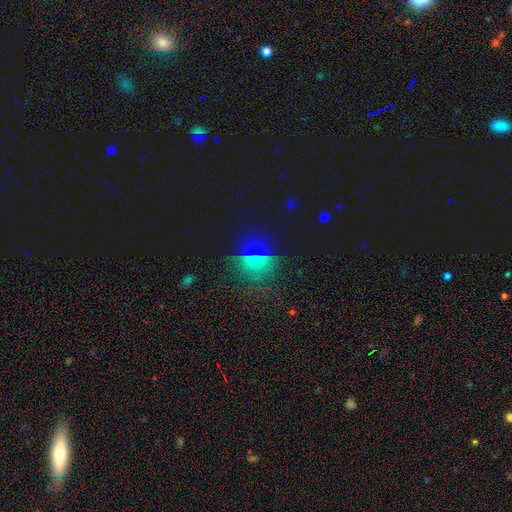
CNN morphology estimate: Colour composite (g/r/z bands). It shows a smooth galaxy with no disk features (49%). Merging: none (80%).